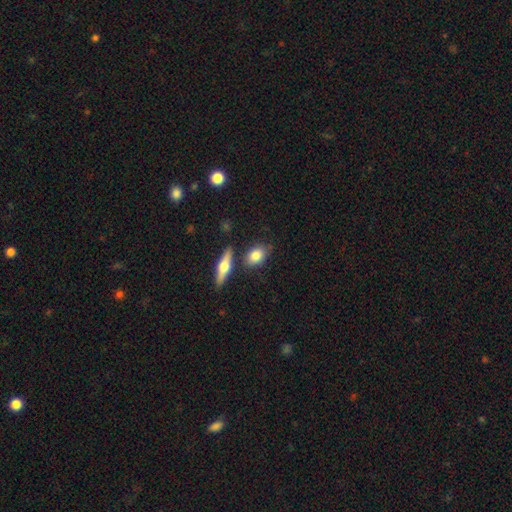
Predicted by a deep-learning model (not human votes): Overall: smooth (79%). How rounded: in between (71%). Merging: none (75%).